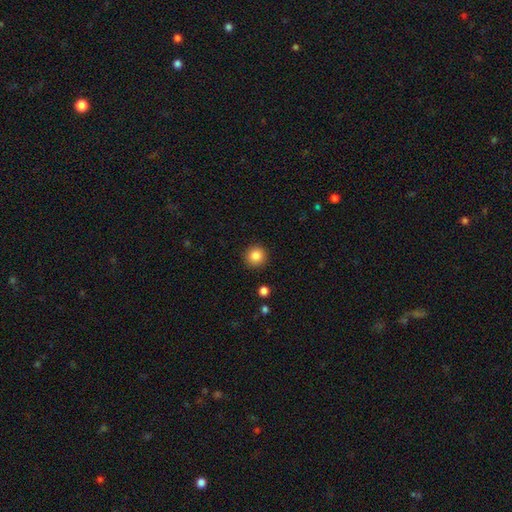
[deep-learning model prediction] This is clearly a smooth galaxy (85%). How rounded: clearly round (94%). Merging: clearly none (92%).